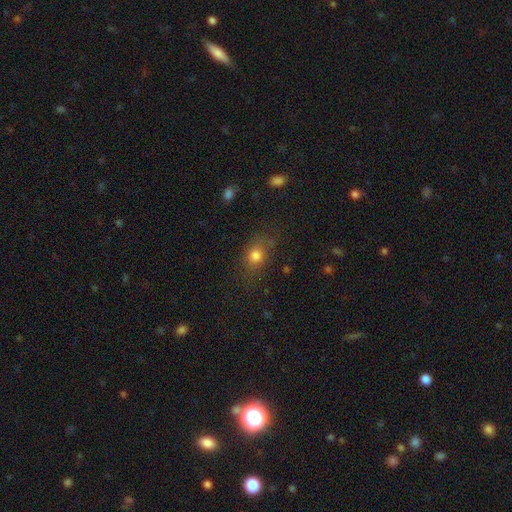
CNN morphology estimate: Q: Smooth or featured?
A: smooth (78%); runner-up: star or artifact (13%)
Q: How rounded?
A: round (50%); runner-up: in between (48%)
Q: Merging?
A: none (73%); runner-up: minor disturbance (17%)